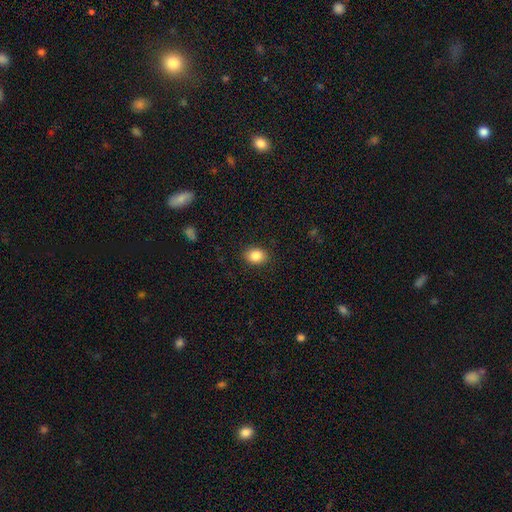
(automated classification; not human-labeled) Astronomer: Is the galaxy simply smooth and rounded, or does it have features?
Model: smooth — 85%.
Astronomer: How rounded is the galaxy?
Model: in between — 65%.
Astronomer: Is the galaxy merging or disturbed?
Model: none — 88%.